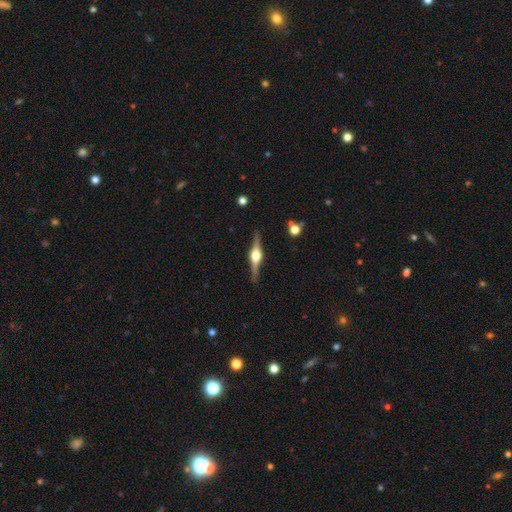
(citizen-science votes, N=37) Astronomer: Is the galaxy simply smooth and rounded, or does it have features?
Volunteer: featured or disk — 89%.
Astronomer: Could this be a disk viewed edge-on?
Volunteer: yes — 97%.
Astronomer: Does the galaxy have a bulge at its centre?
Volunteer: rounded — 91%.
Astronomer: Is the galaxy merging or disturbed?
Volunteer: none — 89%.